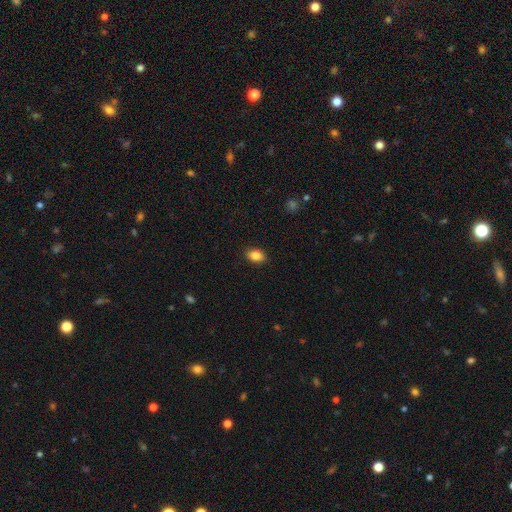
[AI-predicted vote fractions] smooth-or-featured: smooth: 86% | star or artifact: 8% | featured or disk: 5%
  how-rounded: in between: 82% | round: 16% | cigar-shaped: 1%
  merging: none: 89% | minor disturbance: 8% | major disturbance: 2% | merger: 1%